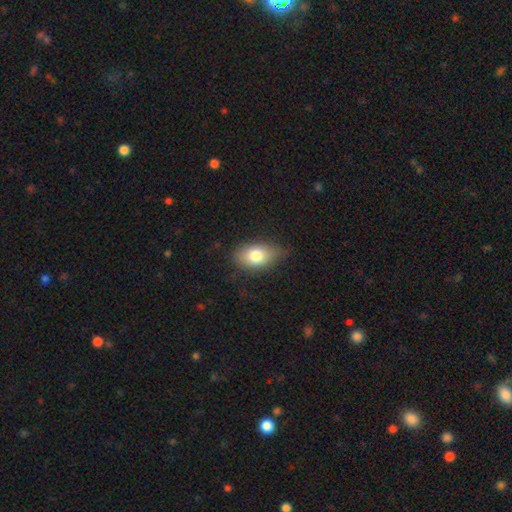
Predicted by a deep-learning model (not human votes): smooth-or-featured: smooth: 77% | featured or disk: 14% | star or artifact: 8%
  how-rounded: in between: 87% | round: 11% | cigar-shaped: 2%
  merging: none: 69% | minor disturbance: 24% | major disturbance: 5% | merger: 1%